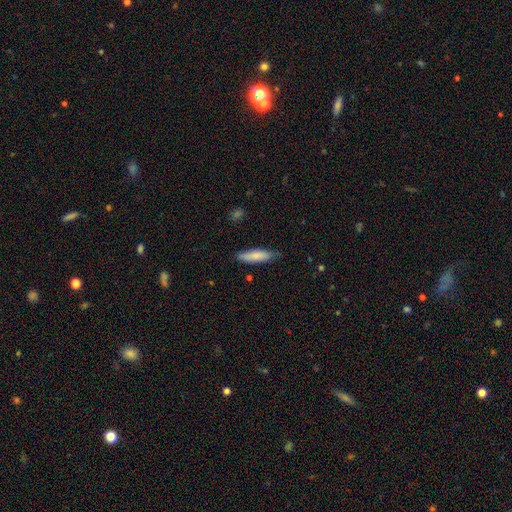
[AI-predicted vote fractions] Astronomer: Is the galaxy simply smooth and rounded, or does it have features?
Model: smooth — 79%.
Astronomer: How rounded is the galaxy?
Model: cigar-shaped — 65%.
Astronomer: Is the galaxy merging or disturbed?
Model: none — 79%.